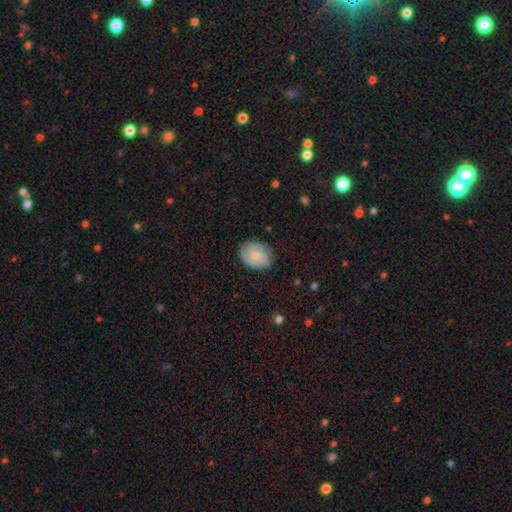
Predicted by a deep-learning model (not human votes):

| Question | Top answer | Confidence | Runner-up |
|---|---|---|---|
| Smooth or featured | featured or disk | 47% | smooth (45%) |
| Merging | none | 77% | minor disturbance (17%) |